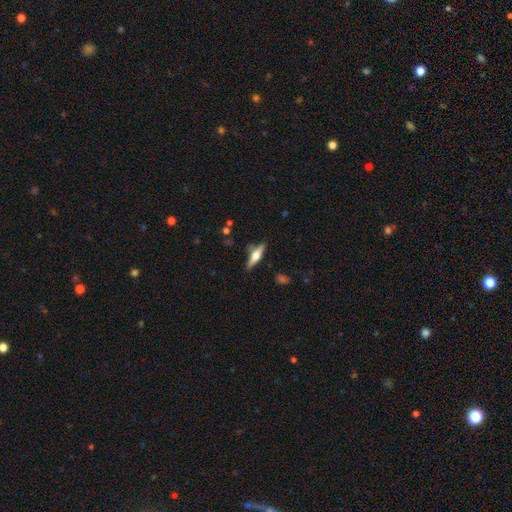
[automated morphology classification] A featured or disk galaxy (60%) viewed edge-on (96%) with a rounded central bulge (91%).

Vote fractions:
- Smooth or featured? featured or disk: 60% / smooth: 33% / star or artifact: 6%
- Edge-on disk? yes: 96% / no: 4%
- Edge-on bulge? rounded: 91% / boxy: 7% / none: 2%
- Merging? none: 83% / minor disturbance: 12% / major disturbance: 3% / merger: 3%